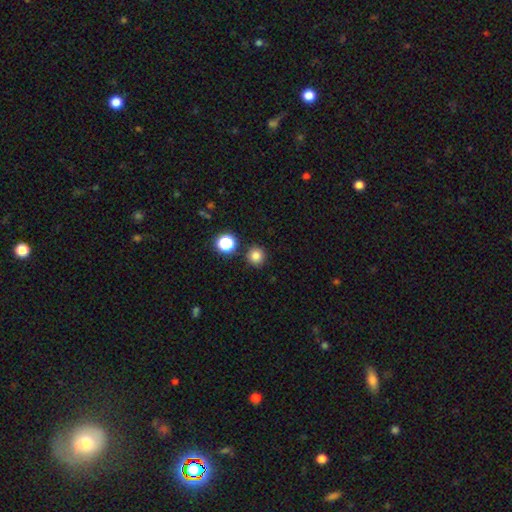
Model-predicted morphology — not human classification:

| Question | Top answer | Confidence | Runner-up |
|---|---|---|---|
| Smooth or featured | smooth | 81% | star or artifact (14%) |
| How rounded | round | 94% | in between (5%) |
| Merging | none | 88% | minor disturbance (6%) |